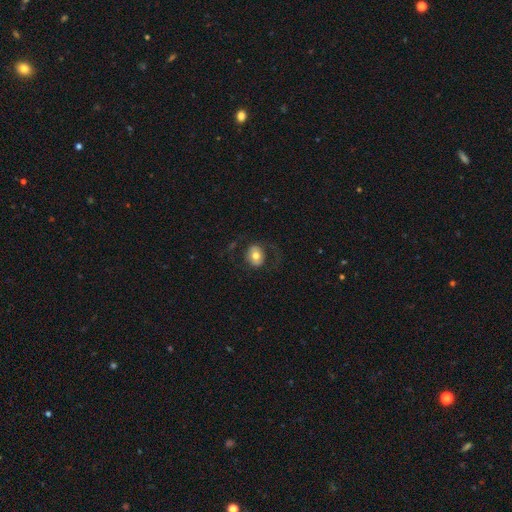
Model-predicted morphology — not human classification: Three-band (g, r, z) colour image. It shows a smooth galaxy with no disk features (57%) that is round (55%). Merging: none (69%).